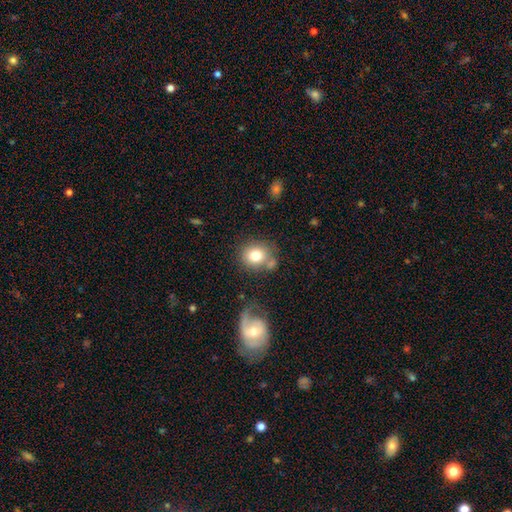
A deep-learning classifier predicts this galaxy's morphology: A smooth galaxy with no disk features (77%) that is round (78%).

Vote fractions:
- Smooth or featured? smooth: 77% / featured or disk: 13% / star or artifact: 10%
- How rounded? round: 78% / in between: 21% / cigar-shaped: 1%
- Merging? none: 65% / merger: 15% / minor disturbance: 14% / major disturbance: 6%